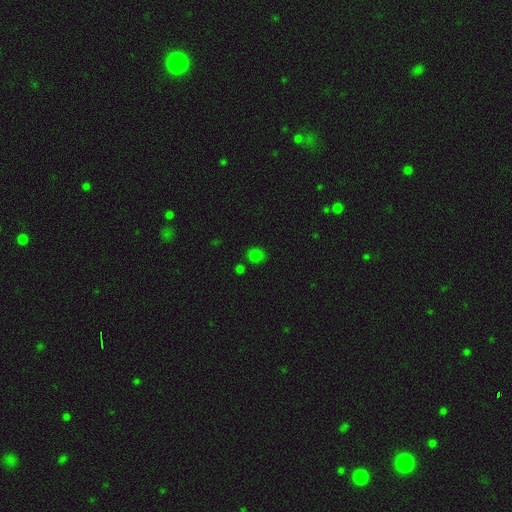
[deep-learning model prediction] This appears to be a smooth galaxy with no disk features (79%) that is round (72%). Merging: none (81%).